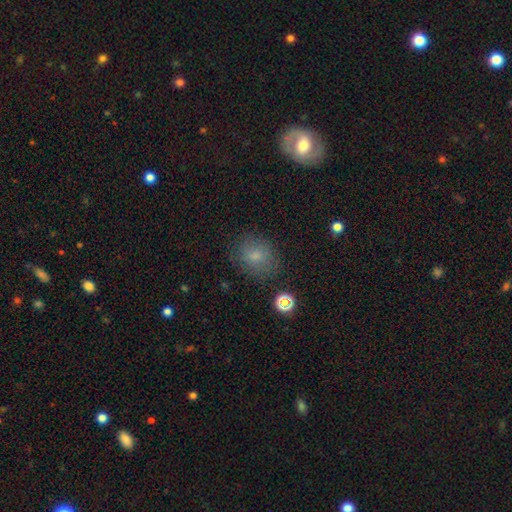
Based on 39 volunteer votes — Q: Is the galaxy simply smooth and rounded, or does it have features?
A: smooth — 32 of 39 (82%).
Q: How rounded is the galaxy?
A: round — 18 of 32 (56%).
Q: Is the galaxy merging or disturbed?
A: none — 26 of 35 (74%).